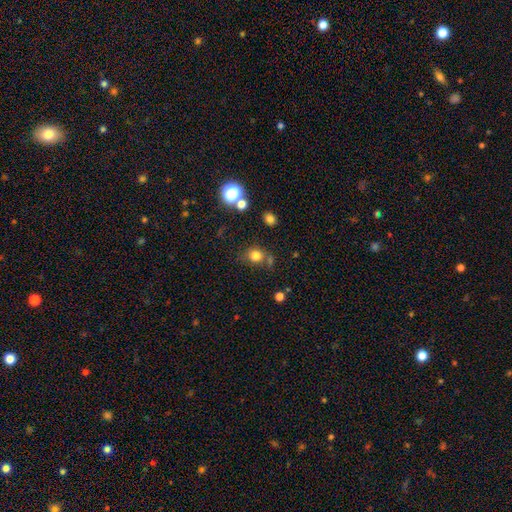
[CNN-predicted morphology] Smooth or featured? smooth (77%)
How rounded? round (78%)
Merging? none (66%)